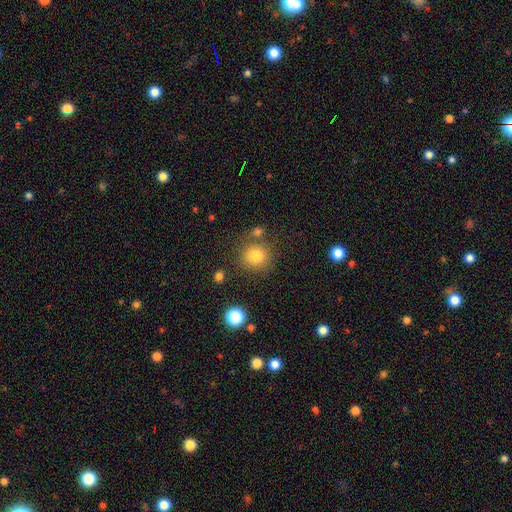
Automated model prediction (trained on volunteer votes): Overall: smooth (79%). How rounded: round (88%). Merging: none (76%).